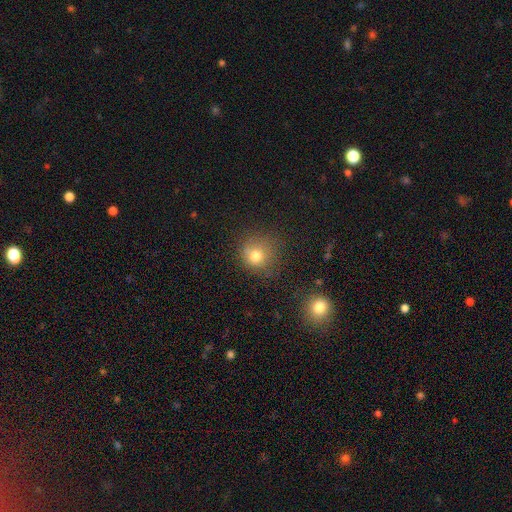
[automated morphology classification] A smooth galaxy with no disk features (77%) that is round (88%). Merging: none (72%).